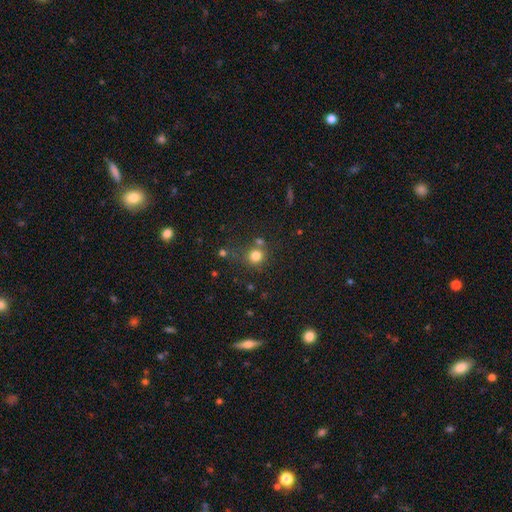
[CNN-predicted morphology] Q: Smooth or featured?
A: smooth (79%); runner-up: star or artifact (14%)
Q: How rounded?
A: round (90%); runner-up: in between (10%)
Q: Merging?
A: none (67%); runner-up: merger (17%)